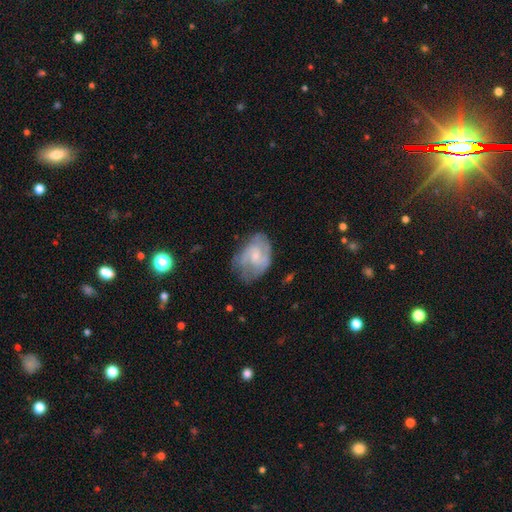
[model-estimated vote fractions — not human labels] Morphology: type=featured or disk (71%); edge-on=no (97%); bar=no (54%); spiral arms=yes (88%); winding=medium (47%); arm count=2 (51%); bulge=small (62%); merging=none (55%).